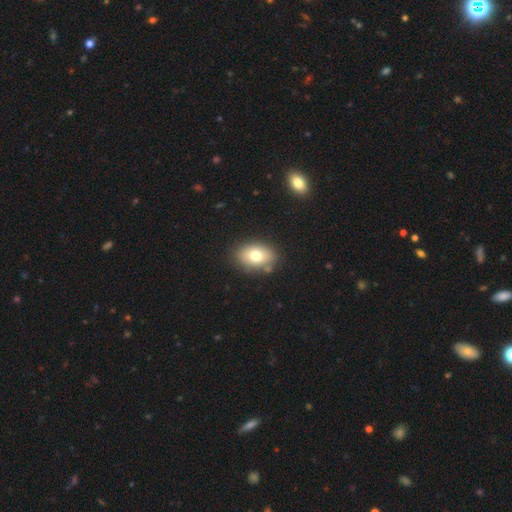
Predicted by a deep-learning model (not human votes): Smooth or featured? Predicted: smooth (p=0.75). How rounded? Predicted: in between (p=0.81). Merging? Predicted: none (p=0.82).